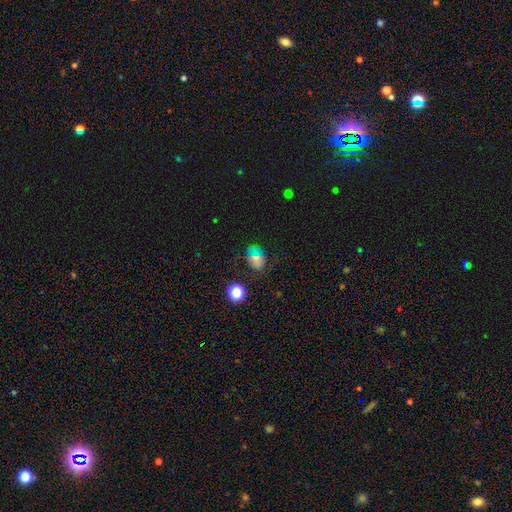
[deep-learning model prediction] The model was most divided on "smooth or featured": smooth: 47%, star or artifact: 28%, featured or disk: 25%. More confident: merging — none (66%).